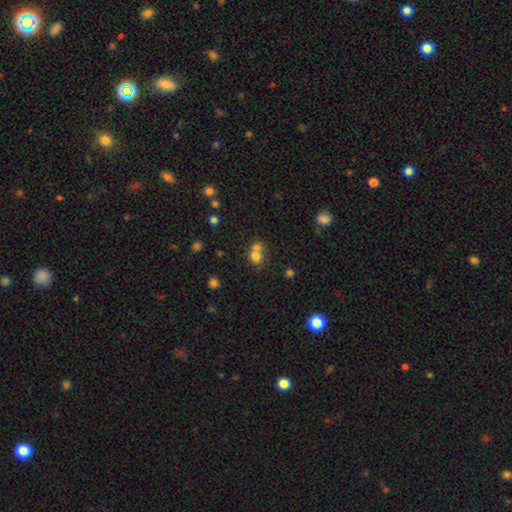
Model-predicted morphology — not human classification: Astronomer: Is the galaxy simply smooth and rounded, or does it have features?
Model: smooth — 73%.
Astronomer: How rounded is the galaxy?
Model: round — 75%.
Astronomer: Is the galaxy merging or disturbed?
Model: merger — 53% (runner-up: none, 37%).